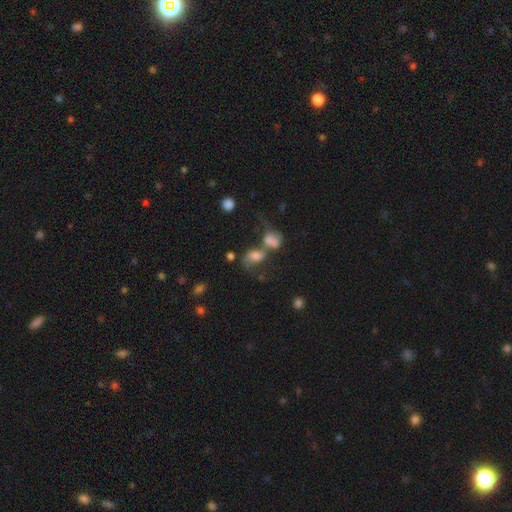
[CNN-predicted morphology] Smooth or featured?
  - smooth: 54% *
  - featured or disk: 31%
  - star or artifact: 15%
How rounded?
  - in between: 67% *
  - round: 30%
  - cigar-shaped: 3%
Merging?
  - merger: 64% *
  - none: 14%
  - major disturbance: 13%
  - minor disturbance: 8%